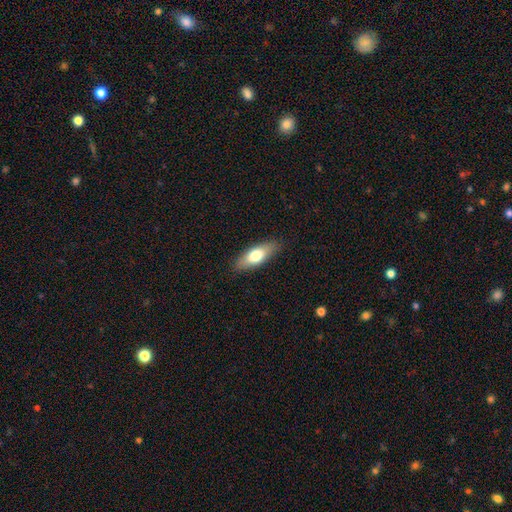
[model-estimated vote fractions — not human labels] smooth-or-featured: smooth: 68% | featured or disk: 26% | star or artifact: 6%
  how-rounded: in between: 67% | cigar-shaped: 30% | round: 3%
  merging: none: 87% | minor disturbance: 10% | major disturbance: 2% | merger: 1%